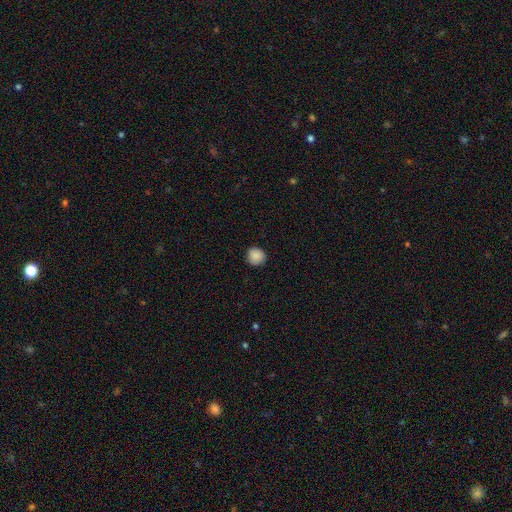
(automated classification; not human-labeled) Smooth or featured? smooth (88%)
How rounded? round (89%)
Merging? none (88%)